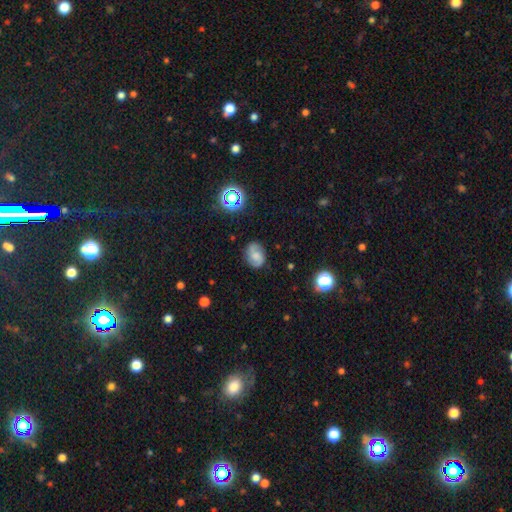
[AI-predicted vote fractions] smooth 45%, featured or disk 42%, star or artifact 13%. Down the decision tree: merging — none (76%).